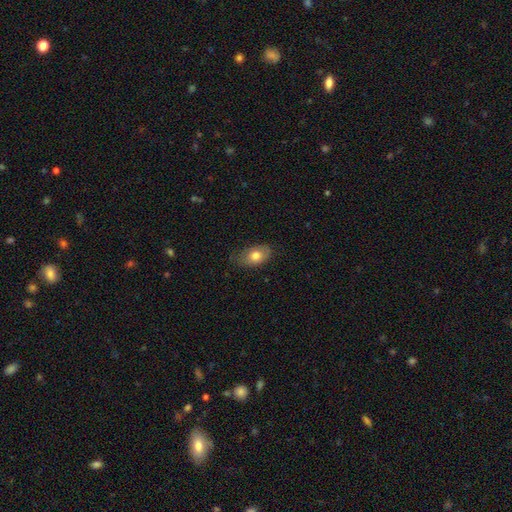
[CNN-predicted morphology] The model was most divided on "merging": none: 68%, minor disturbance: 25%, major disturbance: 6%, merger: 1%. More confident: how rounded — in between (88%); smooth or featured — smooth (73%).